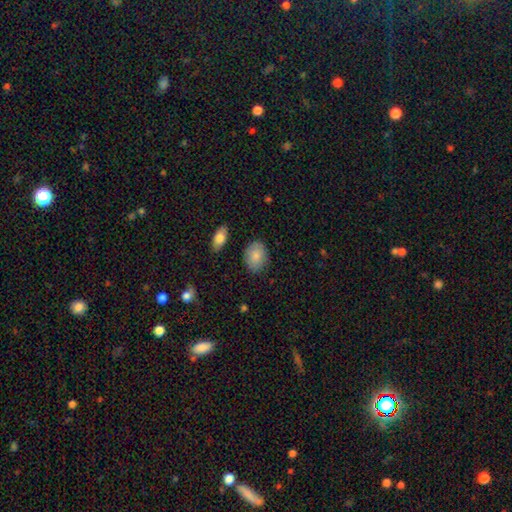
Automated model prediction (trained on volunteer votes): Smooth or featured?
  - smooth: 85% *
  - featured or disk: 8%
  - star or artifact: 7%
How rounded?
  - in between: 74% *
  - round: 25%
  - cigar-shaped: 1%
Merging?
  - none: 84% *
  - minor disturbance: 12%
  - major disturbance: 3%
  - merger: 2%